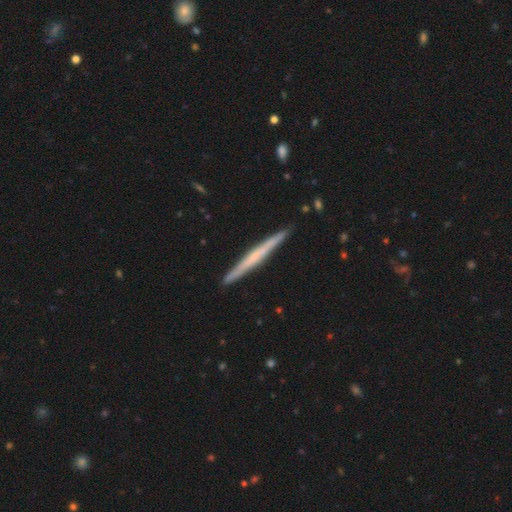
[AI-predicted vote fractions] Q: Smooth or featured?
A: featured or disk (58%); runner-up: smooth (36%)
Q: Edge-on disk?
A: yes (98%); runner-up: no (2%)
Q: Edge-on bulge?
A: none (71%); runner-up: rounded (19%)
Q: Merging?
A: none (92%); runner-up: minor disturbance (6%)